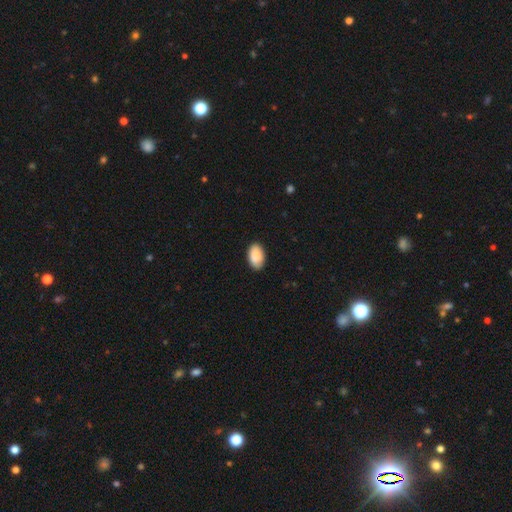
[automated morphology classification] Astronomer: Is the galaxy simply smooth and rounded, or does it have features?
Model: smooth — 89%.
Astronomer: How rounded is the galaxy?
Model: in between — 94%.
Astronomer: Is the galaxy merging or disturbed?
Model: none — 87%.